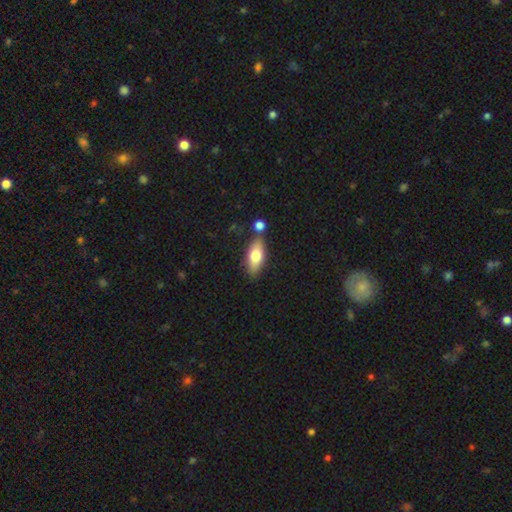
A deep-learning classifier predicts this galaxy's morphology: This appears to be a smooth galaxy with no disk features (72%) that is in between round and cigar-shaped (80%). Merging: none (72%).